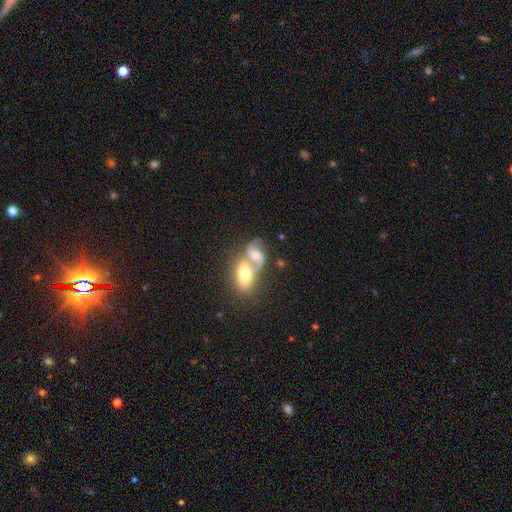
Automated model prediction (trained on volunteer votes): Q: Smooth or featured?
A: featured or disk (66%); runner-up: smooth (26%)
Q: Edge-on disk?
A: no (95%); runner-up: yes (5%)
Q: Bar?
A: no (53%); runner-up: weak (35%)
Q: Spiral arms?
A: yes (88%); runner-up: no (12%)
Q: Spiral winding?
A: loose (50%); runner-up: medium (40%)
Q: Spiral arm count?
A: 2 (87%); runner-up: 1 (5%)
Q: Bulge size?
A: moderate (50%); runner-up: small (21%)
Q: Merging?
A: merger (67%); runner-up: none (20%)